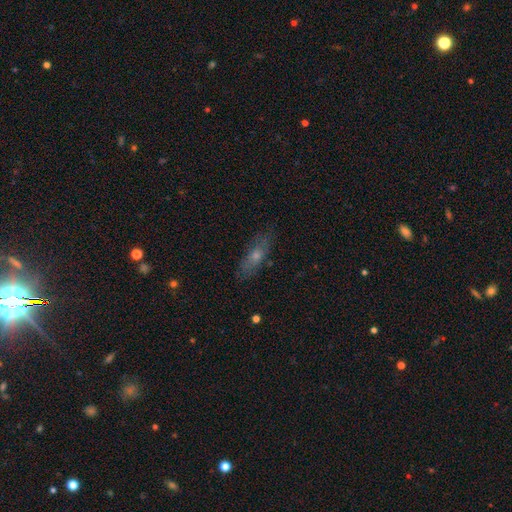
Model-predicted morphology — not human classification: smooth 46%, featured or disk 41%, star or artifact 13%. Down the decision tree: merging — none (81%).